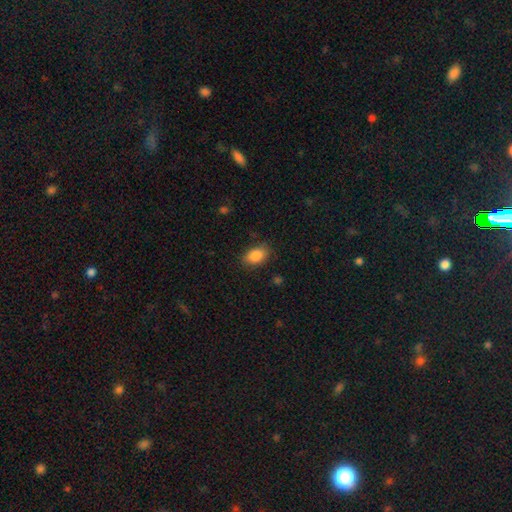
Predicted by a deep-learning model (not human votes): Smooth or featured?
  - smooth: 87% *
  - star or artifact: 7%
  - featured or disk: 5%
How rounded?
  - in between: 88% *
  - round: 11%
  - cigar-shaped: 2%
Merging?
  - none: 82% *
  - minor disturbance: 14%
  - major disturbance: 3%
  - merger: 1%